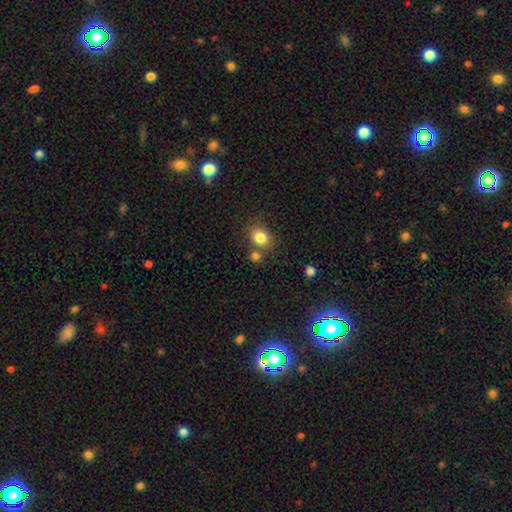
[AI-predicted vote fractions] smooth 79%, star or artifact 14%, featured or disk 7%. Down the decision tree: how rounded — round (61%); merging — none (69%).